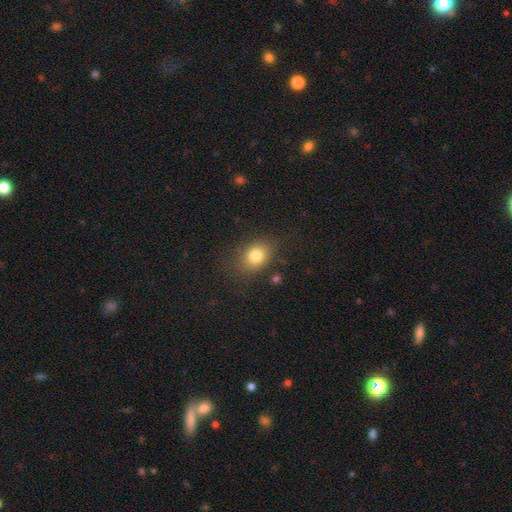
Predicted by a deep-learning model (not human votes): A smooth galaxy with no disk features (79%) that is in between round and cigar-shaped (61%). Merging: none (78%).